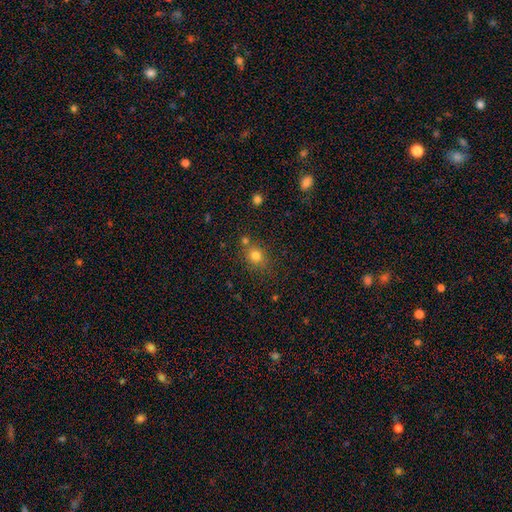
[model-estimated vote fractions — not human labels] Overall: smooth (78%). How rounded: round (72%). Merging: none (68%).